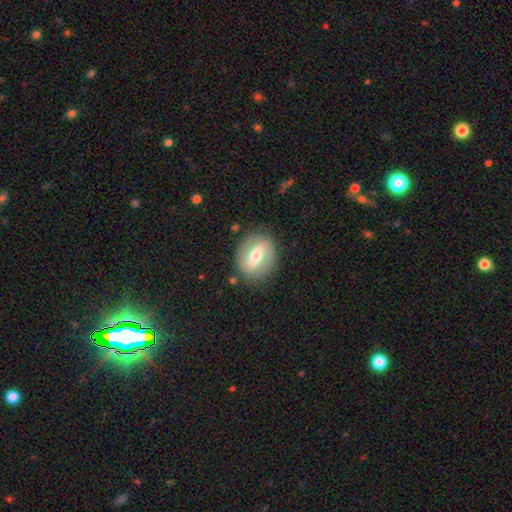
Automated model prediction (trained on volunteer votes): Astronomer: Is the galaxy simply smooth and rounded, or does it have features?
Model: featured or disk — 67%.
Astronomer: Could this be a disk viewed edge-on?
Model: no — 93%.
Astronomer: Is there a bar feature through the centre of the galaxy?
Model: strong — 56%.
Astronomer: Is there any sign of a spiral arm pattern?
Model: yes — 57% (runner-up: no, 43%).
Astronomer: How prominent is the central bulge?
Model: moderate — 66%.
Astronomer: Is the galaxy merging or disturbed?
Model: none — 84%.